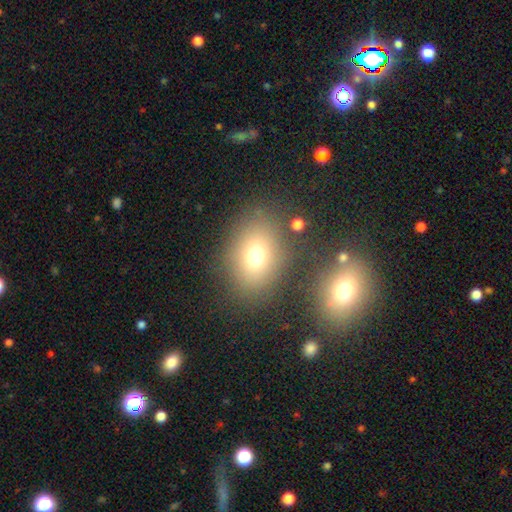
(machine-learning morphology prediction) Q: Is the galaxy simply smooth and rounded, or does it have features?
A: smooth — 72%.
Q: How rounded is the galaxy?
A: in between — 63%.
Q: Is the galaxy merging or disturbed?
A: none — 77%.